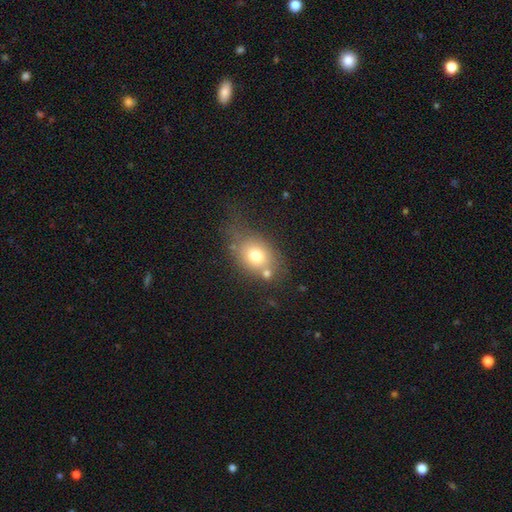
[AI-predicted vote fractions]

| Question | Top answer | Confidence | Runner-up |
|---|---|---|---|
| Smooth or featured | smooth | 72% | featured or disk (18%) |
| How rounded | in between | 58% | round (40%) |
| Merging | none | 49% | minor disturbance (22%) |